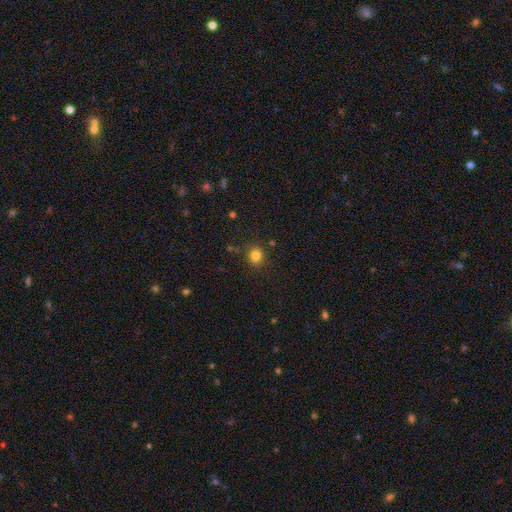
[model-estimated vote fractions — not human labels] This is clearly a smooth galaxy (81%). How rounded: clearly round (84%). Merging: clearly none (87%).